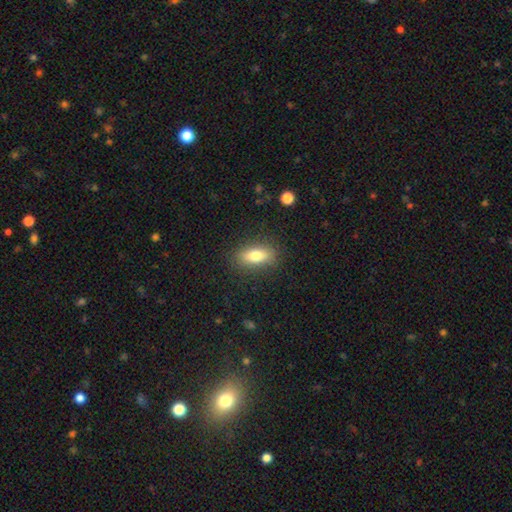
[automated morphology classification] Smooth or featured? smooth (78%)
How rounded? in between (82%)
Merging? none (85%)